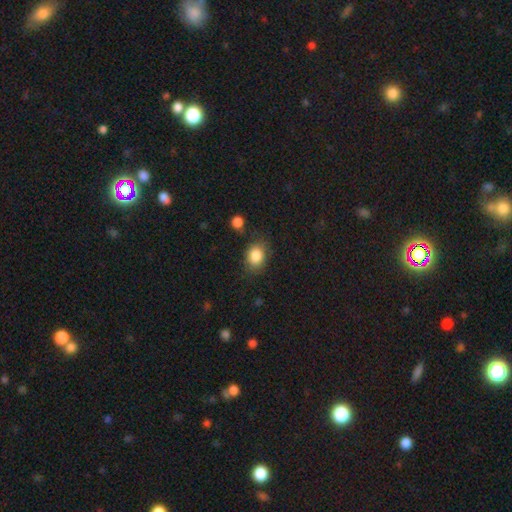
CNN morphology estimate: Q: Smooth or featured?
A: smooth (85%); runner-up: star or artifact (9%)
Q: How rounded?
A: in between (54%); runner-up: round (45%)
Q: Merging?
A: none (75%); runner-up: minor disturbance (16%)